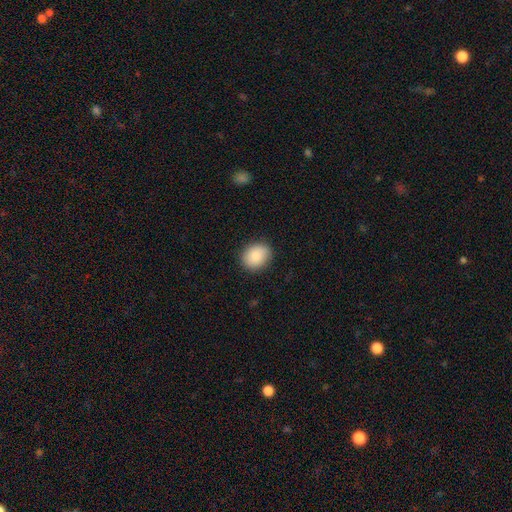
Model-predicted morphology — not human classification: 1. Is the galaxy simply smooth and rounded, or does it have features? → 86% smooth, 7% star or artifact, 6% featured or disk.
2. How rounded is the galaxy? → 60% round, 39% in between, 1% cigar-shaped.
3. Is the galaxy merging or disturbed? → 87% none, 10% minor disturbance, 2% major disturbance, 1% merger.